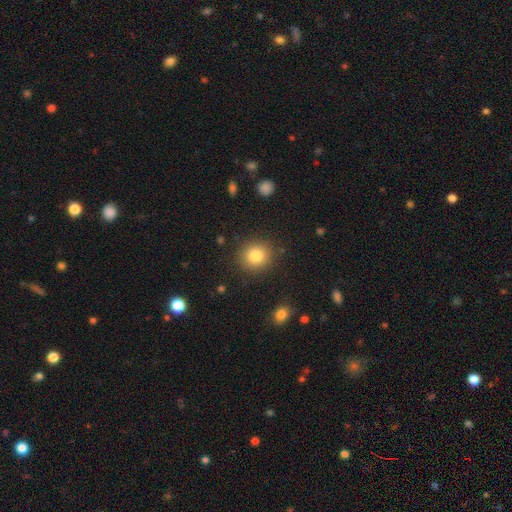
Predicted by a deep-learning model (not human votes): A smooth galaxy with no disk features (82%) that is round (85%).

Vote fractions:
- Smooth or featured? smooth: 82% / star or artifact: 10% / featured or disk: 7%
- How rounded? round: 85% / in between: 14% / cigar-shaped: 1%
- Merging? none: 88% / minor disturbance: 8% / major disturbance: 3% / merger: 2%